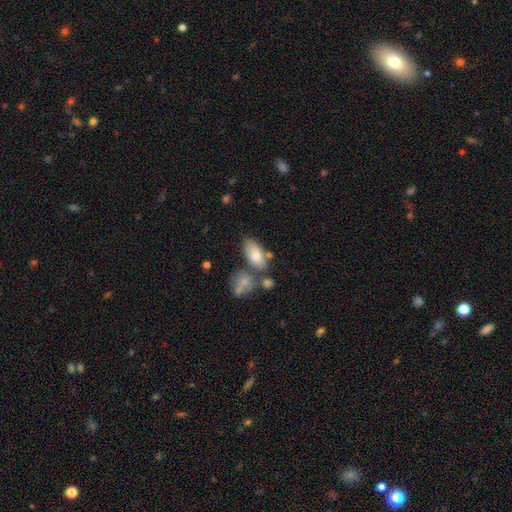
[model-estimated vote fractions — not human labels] Smooth or featured: smooth — 79% (featured or disk — 14%)
How rounded: in between — 89% (cigar-shaped — 6%)
Merging: none — 49% (merger — 28%)